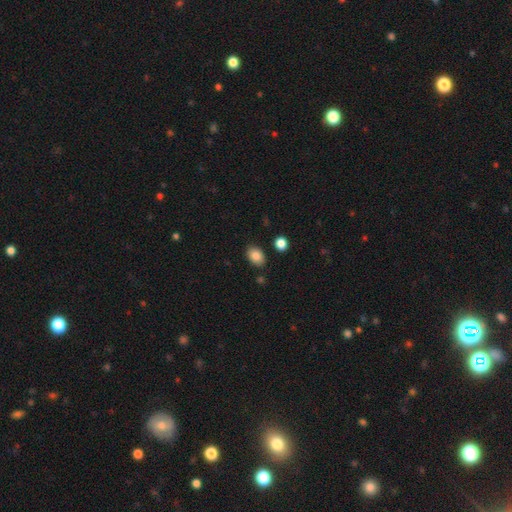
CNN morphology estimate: Smooth or featured: smooth — 85% (star or artifact — 8%)
How rounded: in between — 82% (round — 17%)
Merging: none — 84% (minor disturbance — 10%)